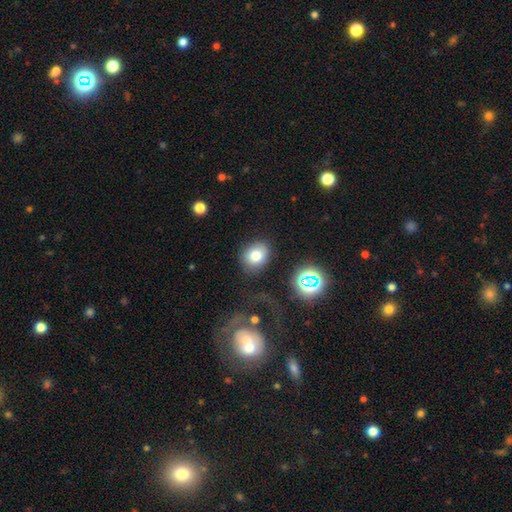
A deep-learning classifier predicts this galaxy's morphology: Smooth or featured: smooth — 75% (star or artifact — 14%)
How rounded: round — 63% (in between — 36%)
Merging: none — 79% (minor disturbance — 12%)